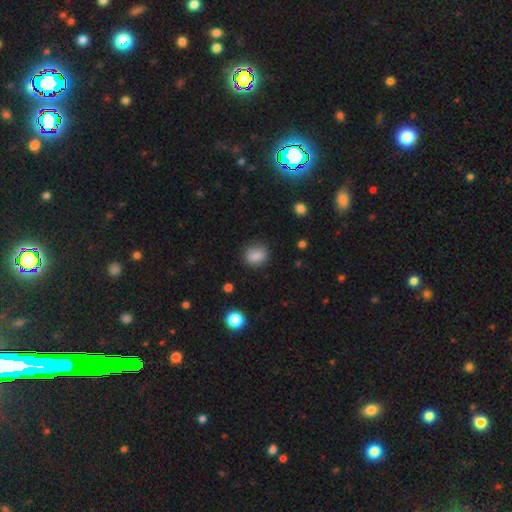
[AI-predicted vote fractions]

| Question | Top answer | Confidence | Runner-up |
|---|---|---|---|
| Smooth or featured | smooth | 85% | star or artifact (10%) |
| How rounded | round | 60% | in between (39%) |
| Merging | none | 82% | minor disturbance (13%) |